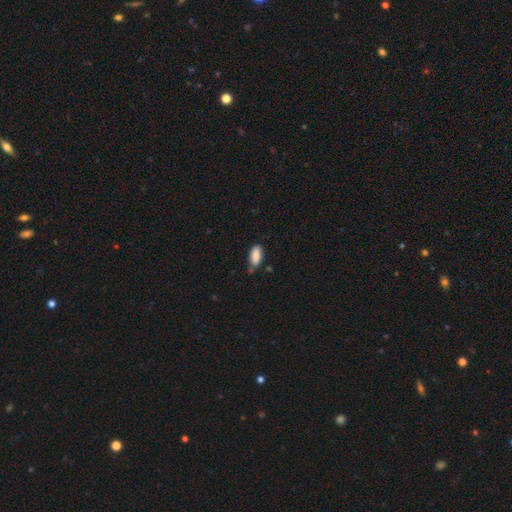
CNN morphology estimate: A smooth galaxy with no disk features (88%) that is in between round and cigar-shaped (88%).

Vote fractions:
- Smooth or featured? smooth: 88% / star or artifact: 7% / featured or disk: 5%
- How rounded? in between: 88% / cigar-shaped: 10% / round: 2%
- Merging? none: 69% / minor disturbance: 23% / merger: 5% / major disturbance: 4%